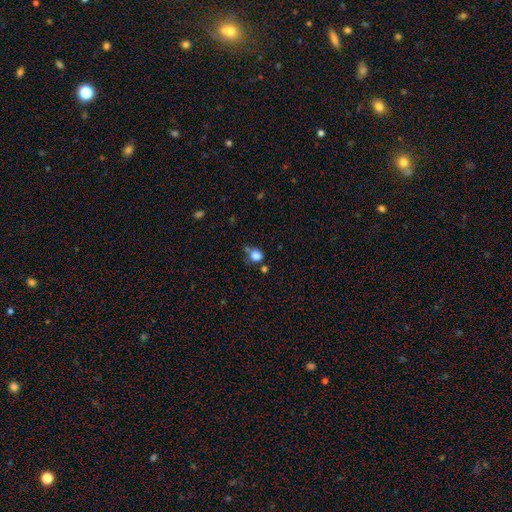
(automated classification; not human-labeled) Overall: smooth (81%). How rounded: round (80%). Merging: none (64%).